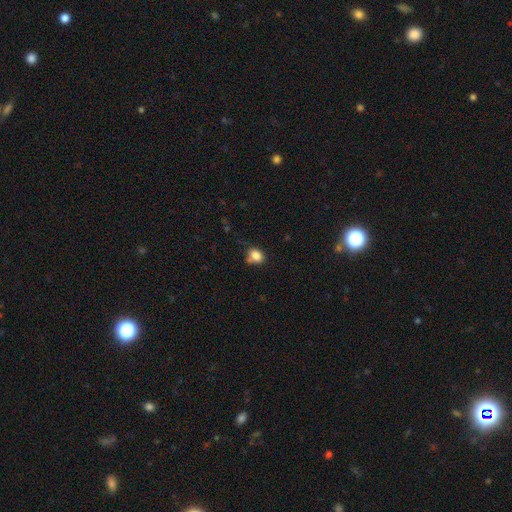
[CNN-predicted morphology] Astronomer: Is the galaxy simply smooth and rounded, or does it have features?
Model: smooth — 83%.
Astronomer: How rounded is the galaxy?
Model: in between — 50% (runner-up: round, 49%).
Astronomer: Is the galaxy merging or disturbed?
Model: none — 58%.